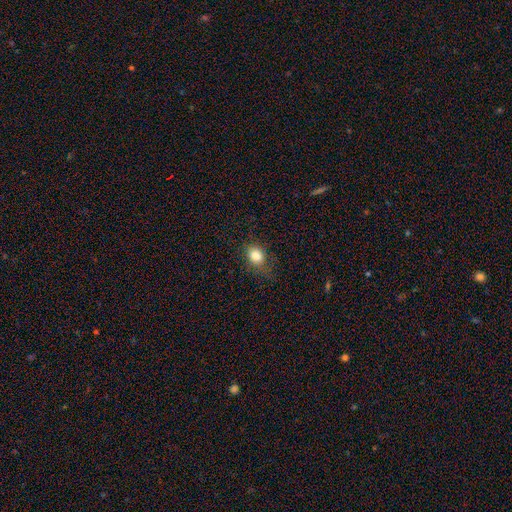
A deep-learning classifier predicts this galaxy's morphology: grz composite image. It shows a smooth galaxy with no disk features (83%) that is round (49%, tied with in between). Merging: none (69%).